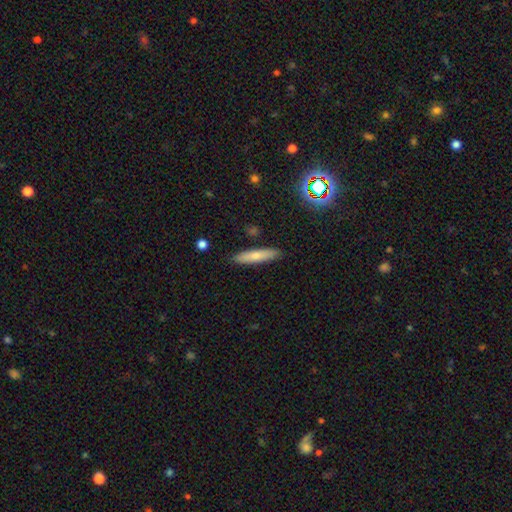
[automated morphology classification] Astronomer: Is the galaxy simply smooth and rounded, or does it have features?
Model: smooth — 70%.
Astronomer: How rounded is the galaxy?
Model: cigar-shaped — 84%.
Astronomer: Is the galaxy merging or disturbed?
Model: none — 88%.